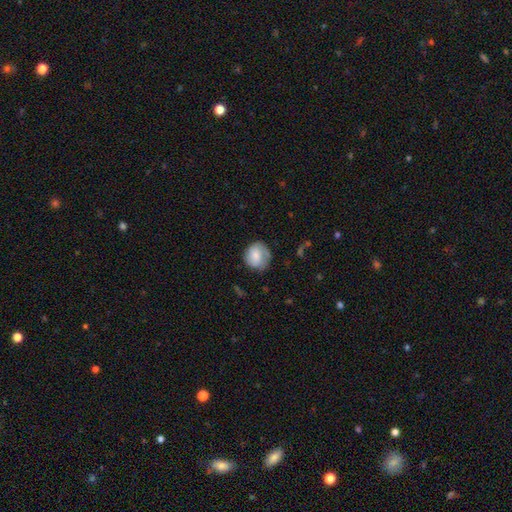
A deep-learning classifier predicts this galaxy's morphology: The model was most divided on "merging": none: 64%, minor disturbance: 24%, major disturbance: 10%, merger: 2%. More confident: how rounded — round (77%); smooth or featured — smooth (71%).